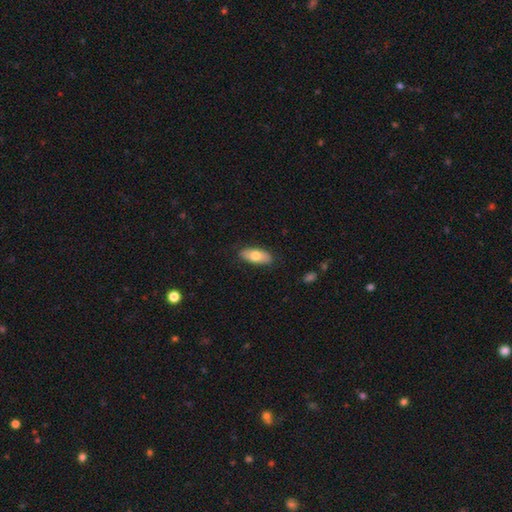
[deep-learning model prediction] Q: Smooth or featured?
A: smooth (73%); runner-up: featured or disk (21%)
Q: How rounded?
A: in between (86%); runner-up: cigar-shaped (12%)
Q: Merging?
A: none (85%); runner-up: minor disturbance (11%)